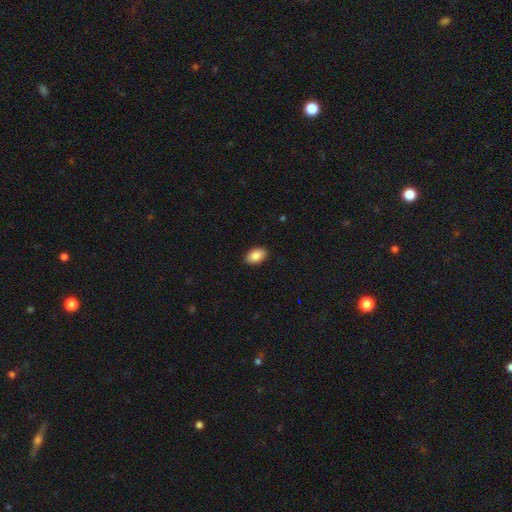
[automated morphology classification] Smooth or featured? smooth (87%)
How rounded? in between (92%)
Merging? none (90%)